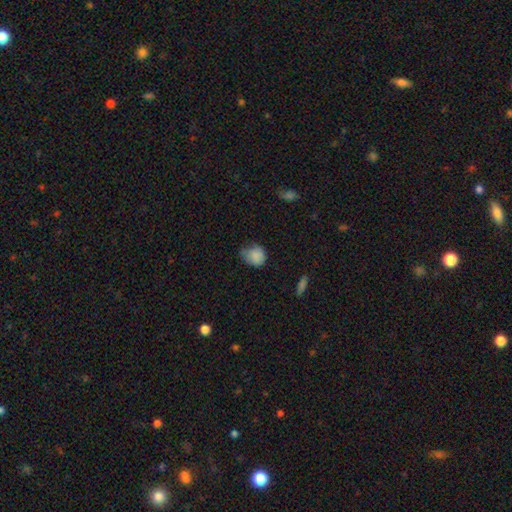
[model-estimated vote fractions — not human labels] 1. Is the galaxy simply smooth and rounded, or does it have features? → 85% smooth, 9% star or artifact, 7% featured or disk.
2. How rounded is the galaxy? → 65% round, 34% in between, 1% cigar-shaped.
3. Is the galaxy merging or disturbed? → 44% none, 43% minor disturbance, 10% major disturbance, 3% merger.